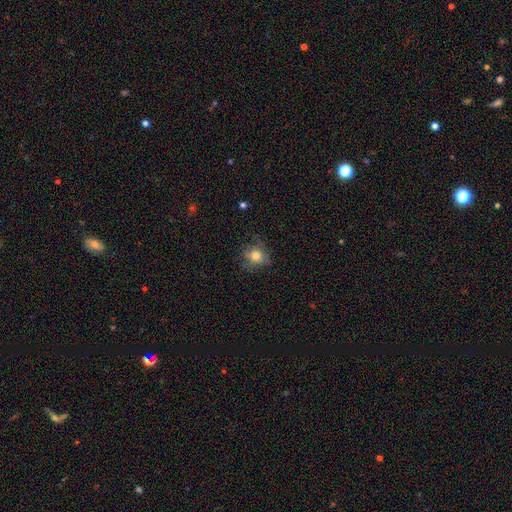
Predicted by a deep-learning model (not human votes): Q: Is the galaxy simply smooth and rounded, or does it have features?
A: smooth — 71%.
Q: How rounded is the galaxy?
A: round — 74%.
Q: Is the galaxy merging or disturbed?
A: none — 66%.